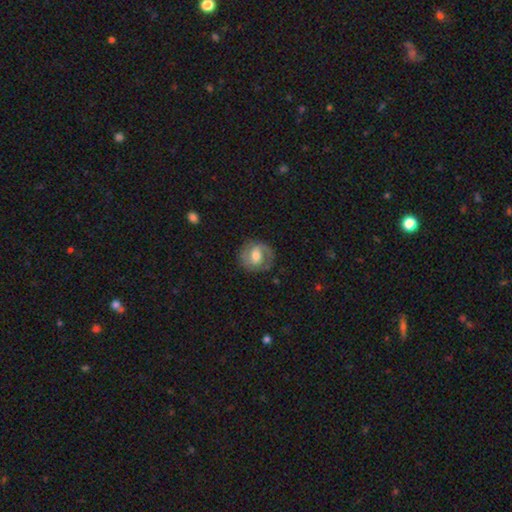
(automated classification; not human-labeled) featured or disk 56%, smooth 38%, star or artifact 7%. Down the decision tree: edge-on disk — no (97%); bar — weak (49%); spiral arms — yes (75%); bulge size — moderate (66%); merging — none (77%).